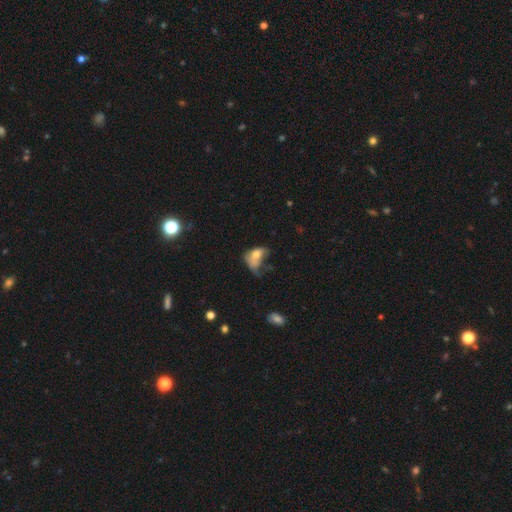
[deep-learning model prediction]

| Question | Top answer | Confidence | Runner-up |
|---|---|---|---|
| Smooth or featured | smooth | 63% | featured or disk (26%) |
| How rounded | in between | 83% | round (15%) |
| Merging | major disturbance | 52% | minor disturbance (20%) |